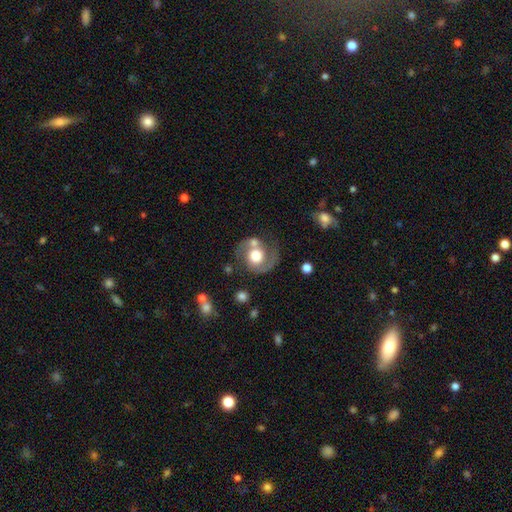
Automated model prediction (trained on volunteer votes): A featured or disk galaxy (71%) with no bar (75%), 2 (75%) medium (49%) spiral arms (87%) and a moderate central bulge (47%). Merging: none (58%).